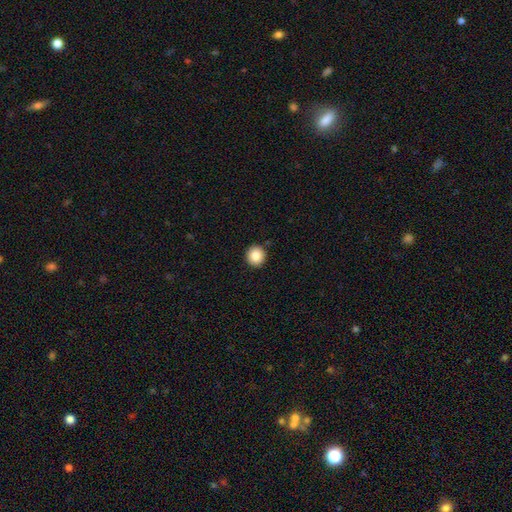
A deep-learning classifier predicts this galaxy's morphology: A smooth galaxy with no disk features (86%) that is round (94%).

Vote fractions:
- Smooth or featured? smooth: 86% / star or artifact: 9% / featured or disk: 5%
- How rounded? round: 94% / in between: 6% / cigar-shaped: 1%
- Merging? none: 92% / minor disturbance: 5% / major disturbance: 2% / merger: 1%